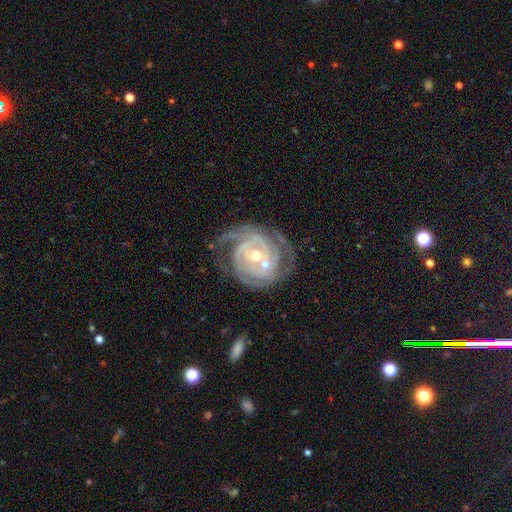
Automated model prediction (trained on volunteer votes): This appears to be a featured or disk galaxy (90%) with no bar (54%), 2 (32%) tight (75%) spiral arms (97%) and a moderate central bulge (56%). Merging: none (58%).